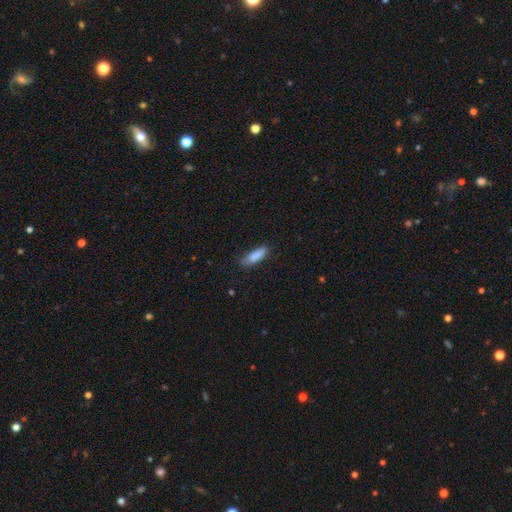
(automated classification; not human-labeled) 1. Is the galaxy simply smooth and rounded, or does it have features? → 86% smooth, 7% featured or disk, 7% star or artifact.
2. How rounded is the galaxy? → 57% cigar-shaped, 42% in between, 2% round.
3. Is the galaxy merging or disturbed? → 74% none, 20% minor disturbance, 4% major disturbance, 2% merger.